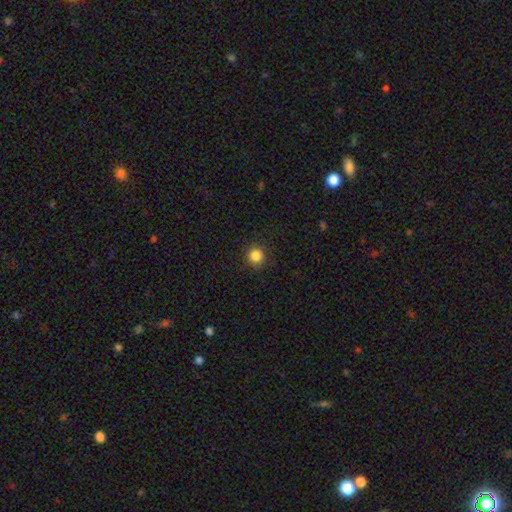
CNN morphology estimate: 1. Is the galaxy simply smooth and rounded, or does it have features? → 84% smooth, 12% star or artifact, 4% featured or disk.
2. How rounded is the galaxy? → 94% round, 5% in between, 1% cigar-shaped.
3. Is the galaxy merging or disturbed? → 90% none, 6% minor disturbance, 2% major disturbance, 1% merger.